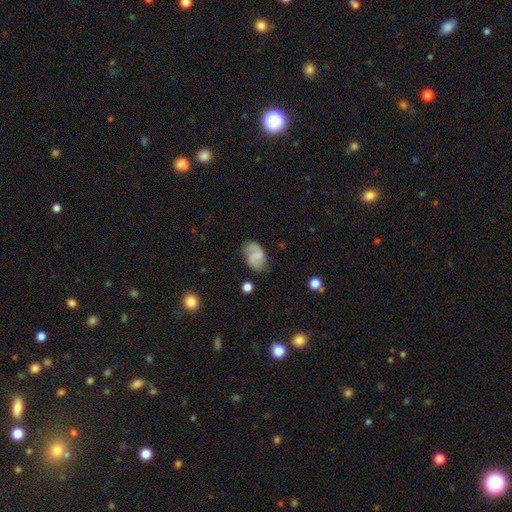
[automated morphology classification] Smooth or featured? Predicted: smooth (p=0.54). How rounded? Predicted: in between (p=0.86). Merging? Predicted: none (p=0.67).